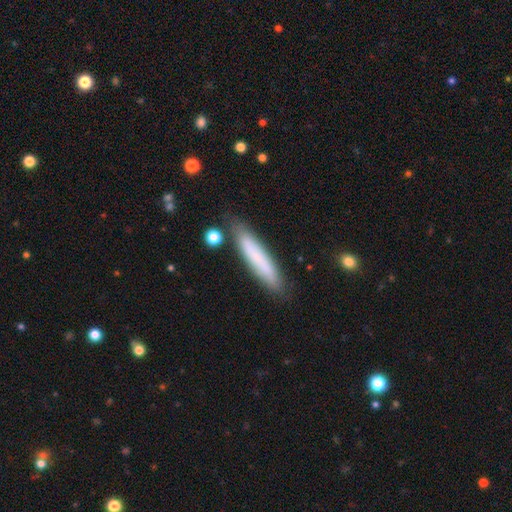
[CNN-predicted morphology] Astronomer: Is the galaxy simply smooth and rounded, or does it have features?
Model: smooth — 71%.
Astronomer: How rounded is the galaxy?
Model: cigar-shaped — 88%.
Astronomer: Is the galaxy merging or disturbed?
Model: none — 81%.